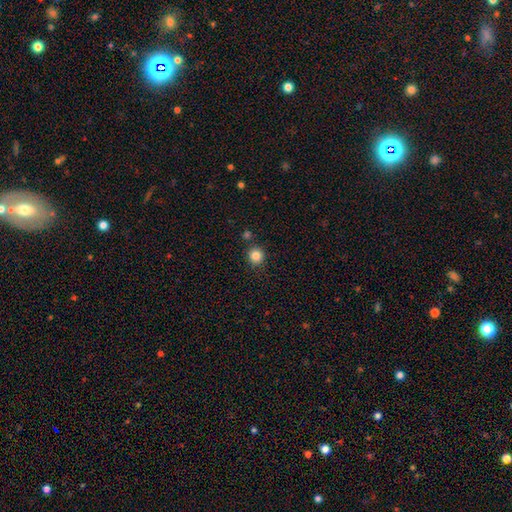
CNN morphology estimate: Smooth or featured?
  - smooth: 85% *
  - star or artifact: 11%
  - featured or disk: 4%
How rounded?
  - round: 92% *
  - in between: 8%
  - cigar-shaped: 1%
Merging?
  - none: 85% *
  - minor disturbance: 8%
  - merger: 5%
  - major disturbance: 2%